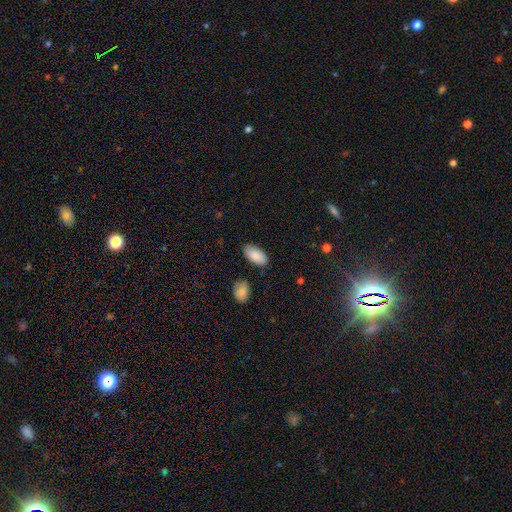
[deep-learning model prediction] Smooth or featured? Predicted: smooth (p=0.88). How rounded? Predicted: in between (p=0.95). Merging? Predicted: none (p=0.84).